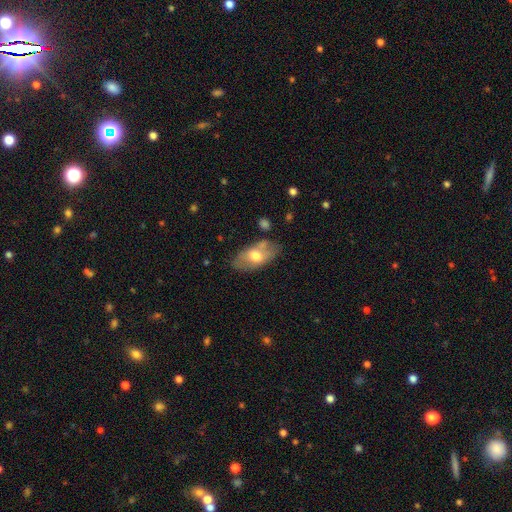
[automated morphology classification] Smooth or featured? Predicted: smooth (p=0.60). How rounded? Predicted: in between (p=0.92). Merging? Predicted: none (p=0.68).